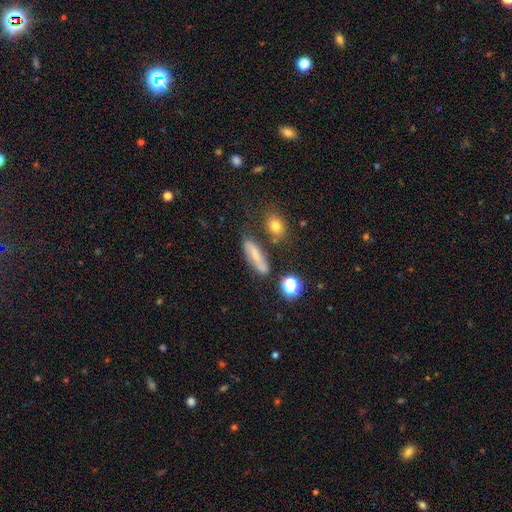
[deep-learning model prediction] Q: Smooth or featured?
A: smooth (52%); runner-up: featured or disk (35%)
Q: How rounded?
A: cigar-shaped (53%); runner-up: in between (38%)
Q: Merging?
A: none (69%); runner-up: minor disturbance (18%)